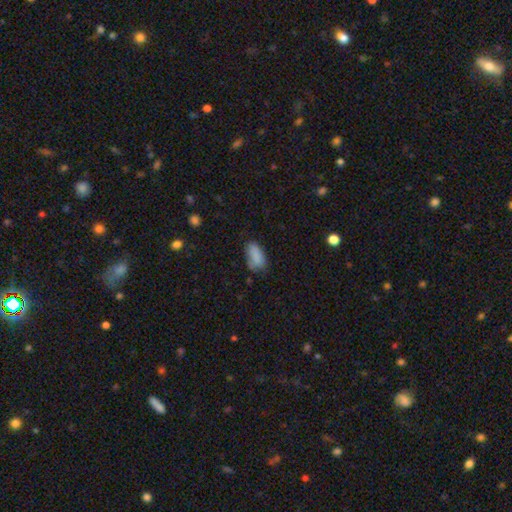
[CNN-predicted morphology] smooth_or_featured: smooth (p=0.83) [alt: star or artifact p=0.09]
how_rounded: in between (p=0.91) [alt: cigar-shaped p=0.06]
merging: none (p=0.59) [alt: minor disturbance p=0.28]